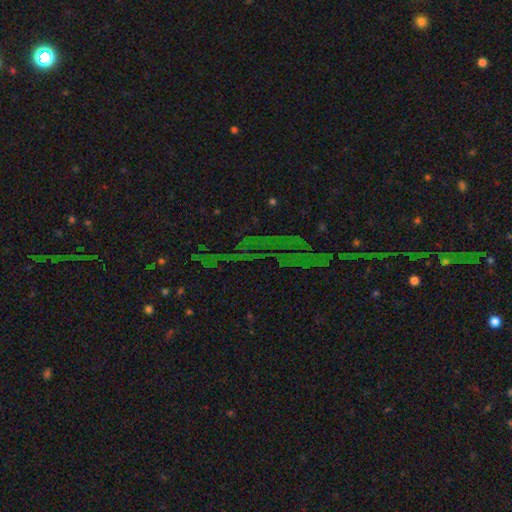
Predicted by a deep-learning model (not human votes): A star or artifact, not a galaxy (77%).